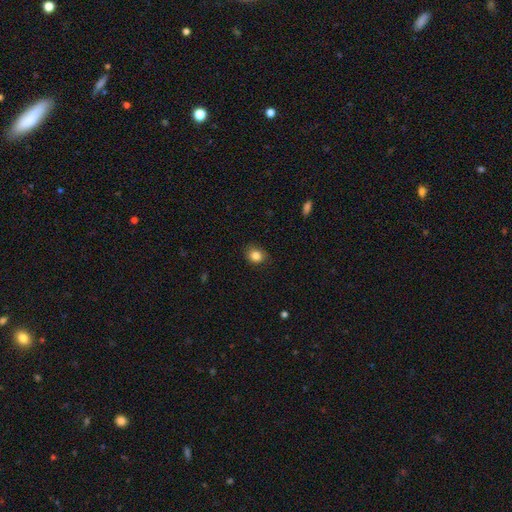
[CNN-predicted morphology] This is clearly a smooth galaxy (84%). How rounded: likely round (63%). Merging: clearly none (84%).